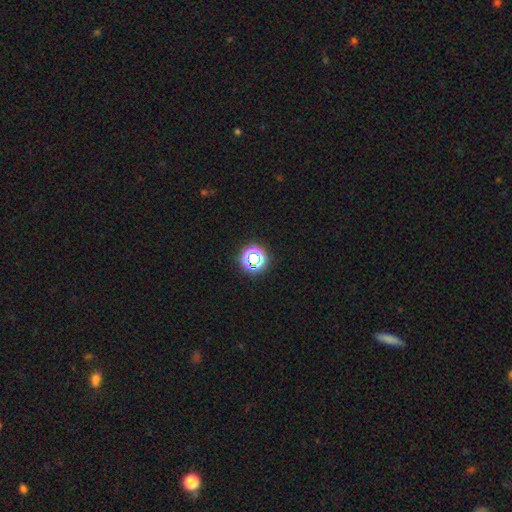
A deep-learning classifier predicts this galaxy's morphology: A star or artifact, not a galaxy (61%).